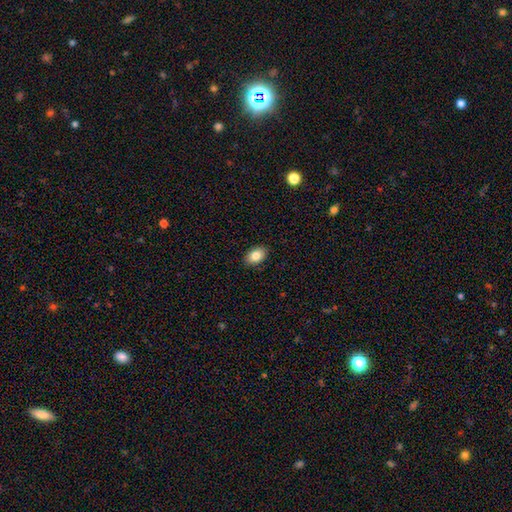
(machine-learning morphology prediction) Smooth or featured: smooth — 83% (featured or disk — 9%)
How rounded: in between — 83% (round — 16%)
Merging: none — 89% (minor disturbance — 8%)